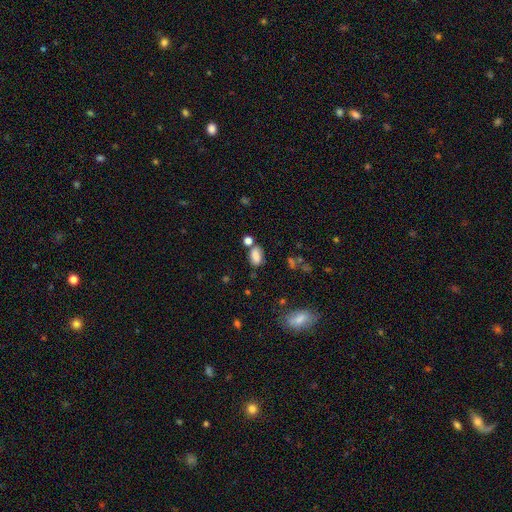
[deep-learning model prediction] smooth_or_featured: smooth (p=0.79) [alt: star or artifact p=0.11]
how_rounded: in between (p=0.88) [alt: round p=0.09]
merging: none (p=0.57) [alt: merger p=0.20]